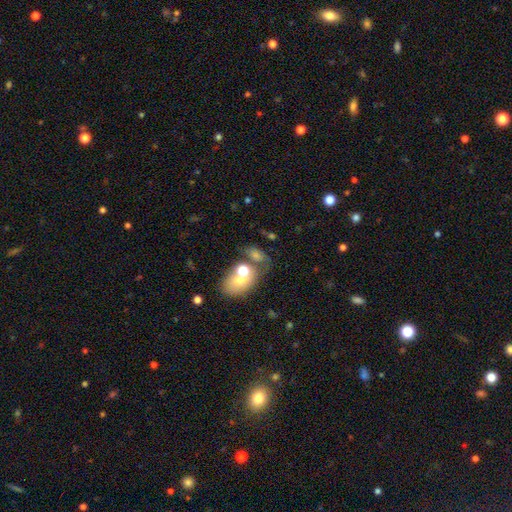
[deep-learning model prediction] smooth-or-featured: smooth: 58% | featured or disk: 26% | star or artifact: 16%
  how-rounded: in between: 73% | round: 24% | cigar-shaped: 3%
  merging: none: 40% | merger: 37% | minor disturbance: 14% | major disturbance: 9%